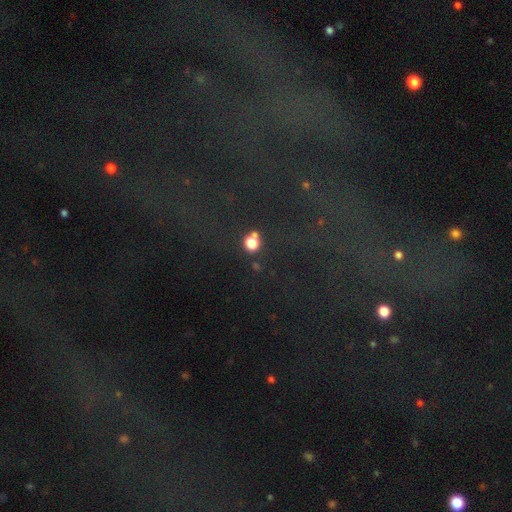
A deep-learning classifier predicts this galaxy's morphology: The model was most divided on "smooth or featured": star or artifact: 75%, featured or disk: 12%, smooth: 12%.